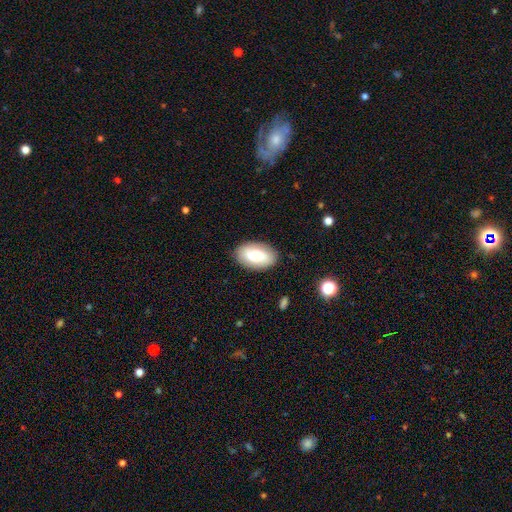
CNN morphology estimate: A smooth galaxy with no disk features (75%) that is in between round and cigar-shaped (94%). Merging: none (87%).